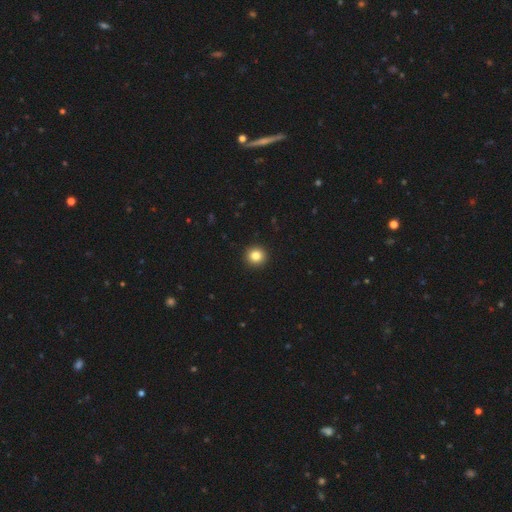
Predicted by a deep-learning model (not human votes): A smooth galaxy with no disk features (84%) that is round (95%). Merging: none (93%).